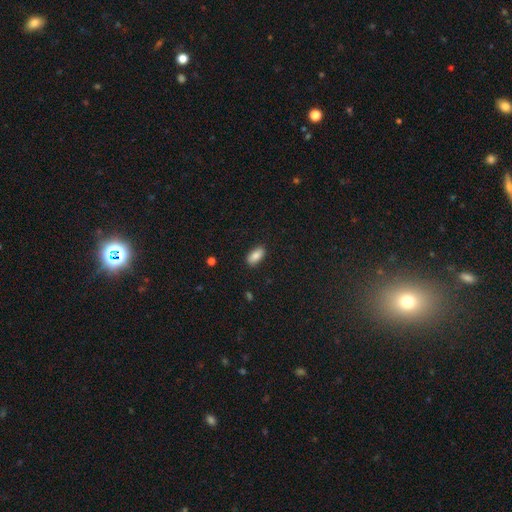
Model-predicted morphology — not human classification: This is clearly a smooth galaxy (84%). How rounded: clearly in between (90%). Merging: clearly none (87%).